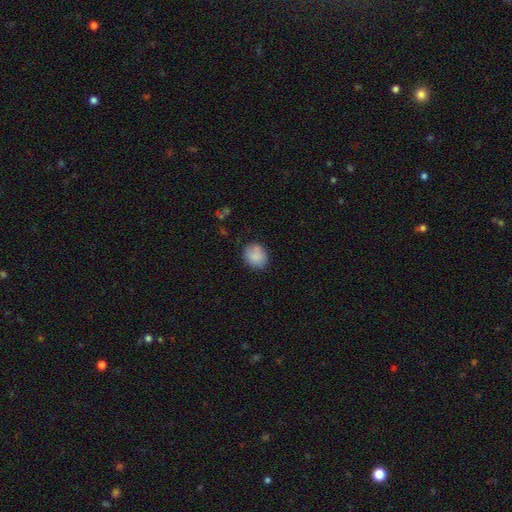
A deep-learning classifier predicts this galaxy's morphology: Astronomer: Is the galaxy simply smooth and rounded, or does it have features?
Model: smooth — 85%.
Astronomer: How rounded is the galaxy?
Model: round — 60% (runner-up: in between, 39%).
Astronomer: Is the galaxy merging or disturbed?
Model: none — 78%.